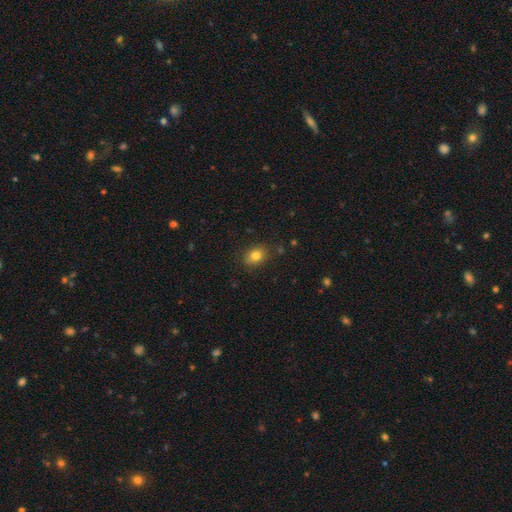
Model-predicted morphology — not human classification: This appears to be a smooth galaxy with no disk features (79%) that is in between round and cigar-shaped (61%). Merging: none (82%).